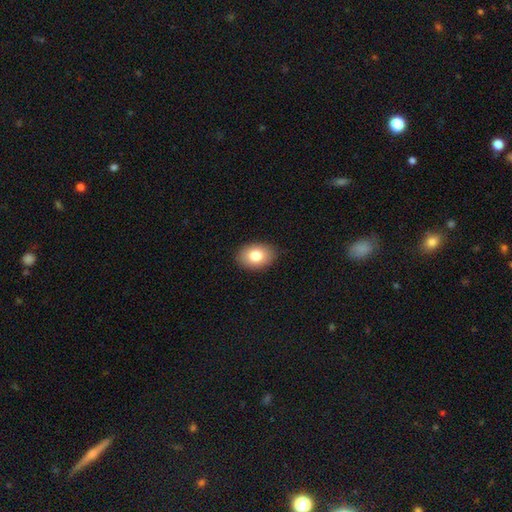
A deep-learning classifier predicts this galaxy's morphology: smooth 81%, featured or disk 10%, star or artifact 8%. Down the decision tree: how rounded — in between (79%); merging — none (88%).